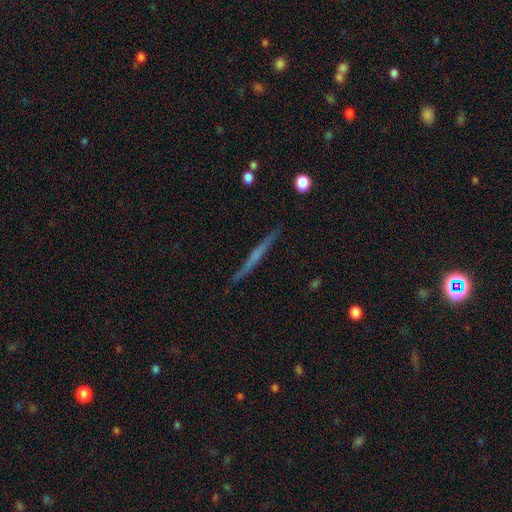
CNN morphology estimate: Q: Smooth or featured?
A: featured or disk (61%); runner-up: smooth (32%)
Q: Edge-on disk?
A: yes (97%); runner-up: no (3%)
Q: Edge-on bulge?
A: none (66%); runner-up: rounded (24%)
Q: Merging?
A: none (88%); runner-up: minor disturbance (8%)